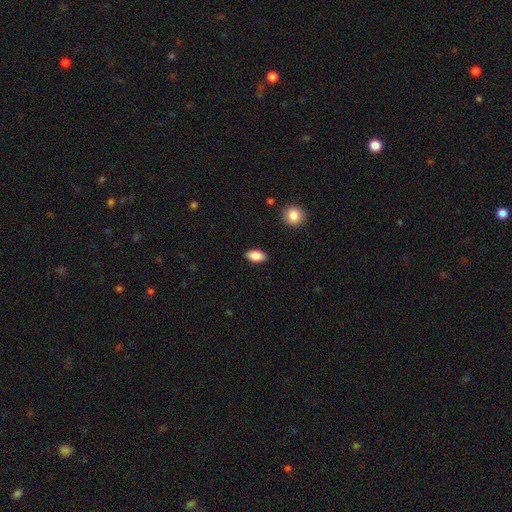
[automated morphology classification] type=smooth (86%); roundness=in between (91%); merging=none (89%).